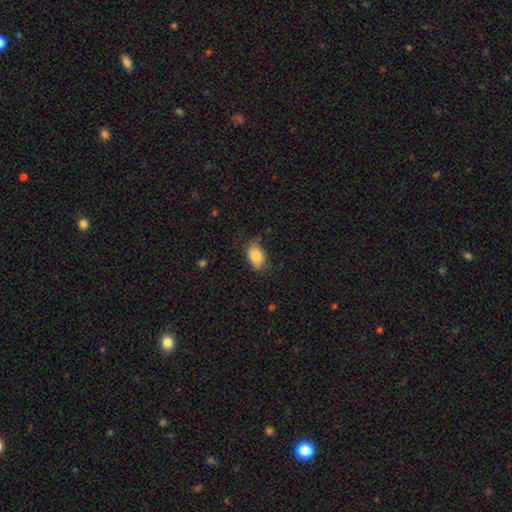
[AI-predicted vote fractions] smooth 85%, featured or disk 8%, star or artifact 7%. Down the decision tree: how rounded — in between (89%); merging — none (74%).